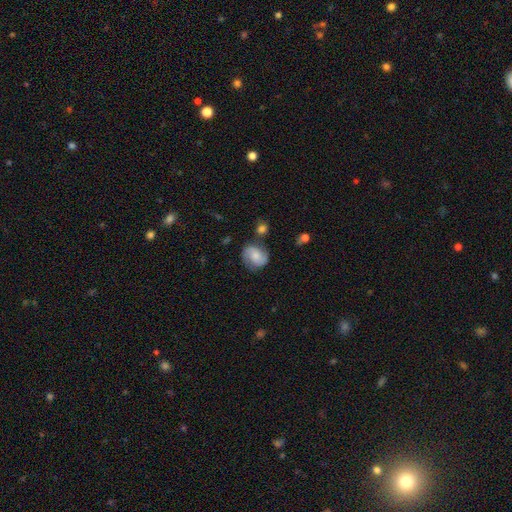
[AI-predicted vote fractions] A featured or disk galaxy (66%) with no bar (62%), 2 (88%) medium (47%) spiral arms (94%) and a moderate central bulge (42%).

Vote fractions:
- Smooth or featured? featured or disk: 66% / smooth: 27% / star or artifact: 7%
- Edge-on disk? no: 98% / yes: 2%
- Bar? no: 62% / weak: 33% / strong: 6%
- Spiral arms? yes: 94% / no: 6%
- Spiral winding? medium: 47% / tight: 34% / loose: 20%
- Spiral arm count? 2: 88% / can't tell: 6% / 1: 2% / 3: 2% / 4: 1% / more than 4: 1%
- Bulge size? moderate: 42% / small: 31% / none: 15% / large: 9% / dominant: 2%
- Merging? none: 73% / minor disturbance: 16% / merger: 6% / major disturbance: 5%